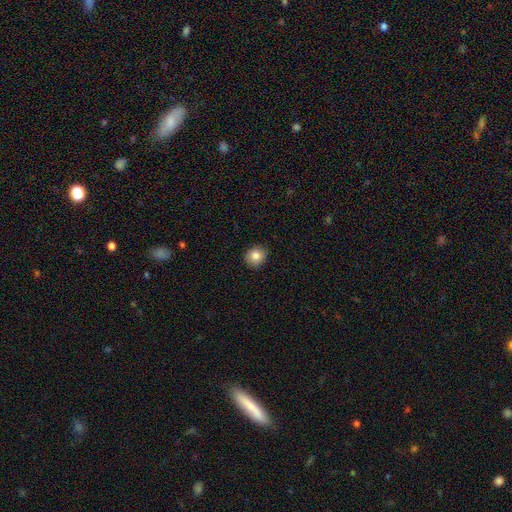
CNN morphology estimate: Smooth or featured: smooth — 84% (star or artifact — 9%)
How rounded: round — 80% (in between — 19%)
Merging: none — 89% (minor disturbance — 9%)